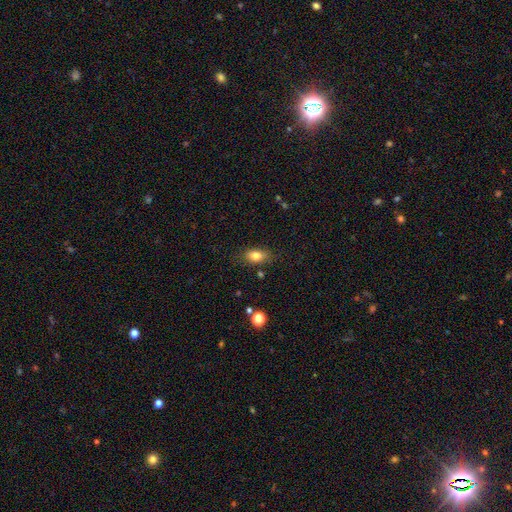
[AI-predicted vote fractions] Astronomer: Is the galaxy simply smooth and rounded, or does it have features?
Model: smooth — 80%.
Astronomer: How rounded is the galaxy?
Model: in between — 84%.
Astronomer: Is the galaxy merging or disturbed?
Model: none — 80%.